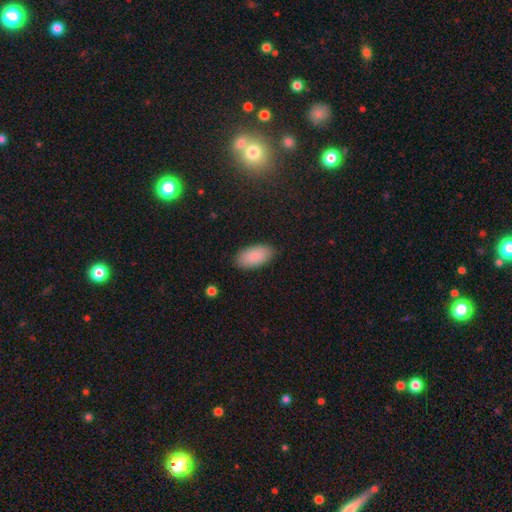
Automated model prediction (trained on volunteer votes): A smooth galaxy with no disk features (88%) that is in between round and cigar-shaped (95%). Merging: none (86%).